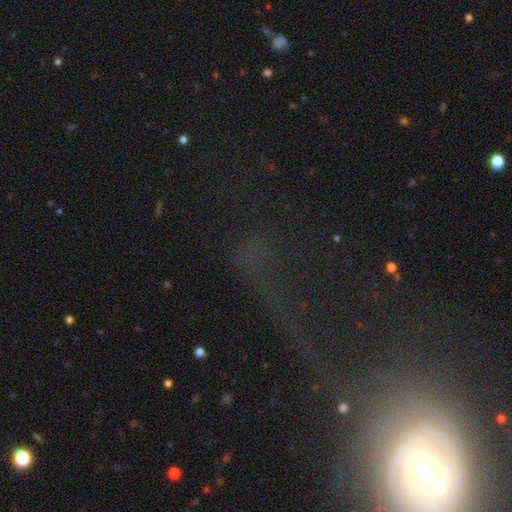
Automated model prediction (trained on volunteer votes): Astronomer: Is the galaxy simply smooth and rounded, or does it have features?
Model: star or artifact — 69%.